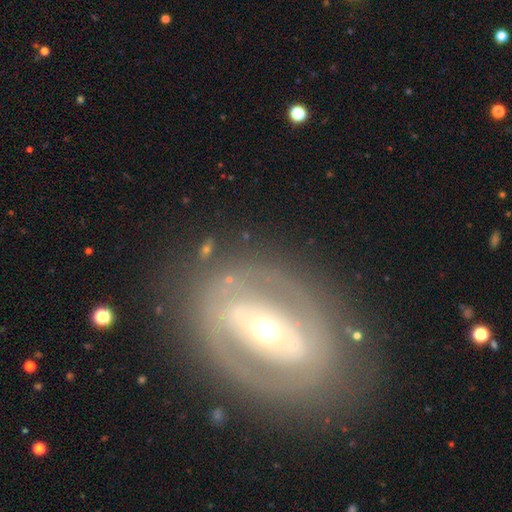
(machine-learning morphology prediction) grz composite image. It shows a featured or disk galaxy (73%) with no bar (45%), no spiral arms (65%) and a moderate central bulge (48%). Merging: none (78%).